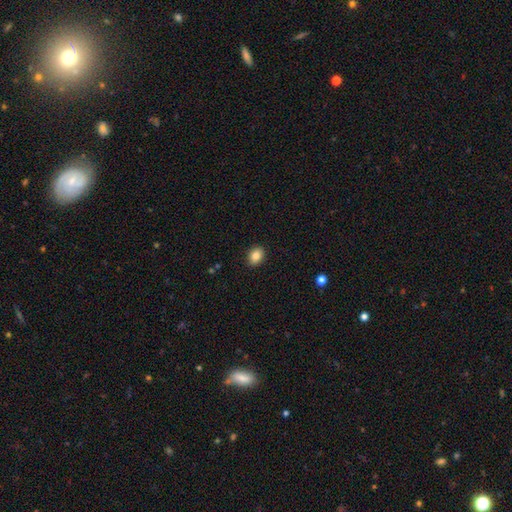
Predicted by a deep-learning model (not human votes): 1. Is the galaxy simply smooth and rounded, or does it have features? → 86% smooth, 8% star or artifact, 5% featured or disk.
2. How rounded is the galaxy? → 67% in between, 32% round, 1% cigar-shaped.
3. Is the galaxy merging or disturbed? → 90% none, 7% minor disturbance, 2% major disturbance, 1% merger.